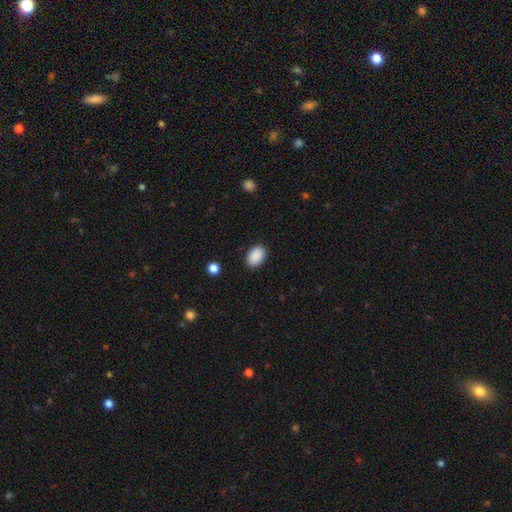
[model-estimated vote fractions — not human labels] smooth 90%, star or artifact 7%, featured or disk 3%. Down the decision tree: how rounded — in between (85%); merging — none (89%).